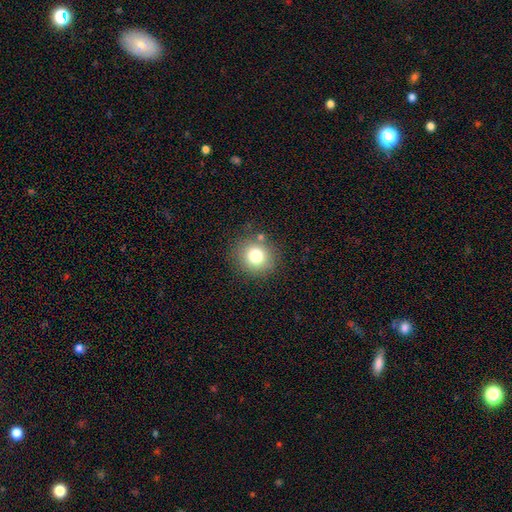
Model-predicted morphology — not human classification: Overall: smooth (77%). How rounded: round (85%). Merging: none (82%).